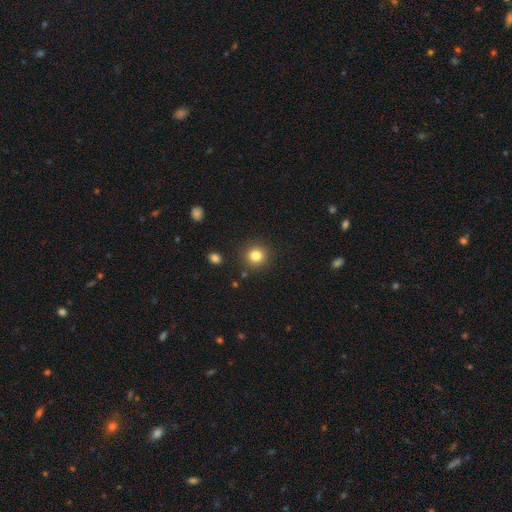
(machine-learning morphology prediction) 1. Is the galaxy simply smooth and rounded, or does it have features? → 82% smooth, 12% star or artifact, 6% featured or disk.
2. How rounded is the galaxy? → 92% round, 7% in between, 1% cigar-shaped.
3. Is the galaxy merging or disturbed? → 89% none, 6% minor disturbance, 2% major disturbance, 2% merger.